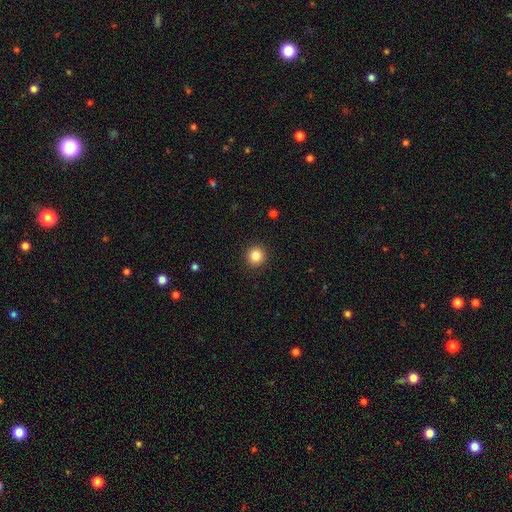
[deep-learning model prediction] Morphology: type=smooth (85%); roundness=round (94%); merging=none (92%).